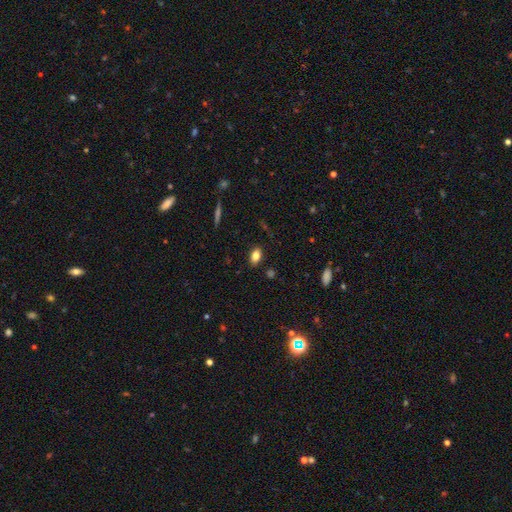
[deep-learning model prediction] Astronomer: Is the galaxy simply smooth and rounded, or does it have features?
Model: smooth — 82%.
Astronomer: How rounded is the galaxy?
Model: in between — 86%.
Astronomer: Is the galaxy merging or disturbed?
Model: none — 85%.